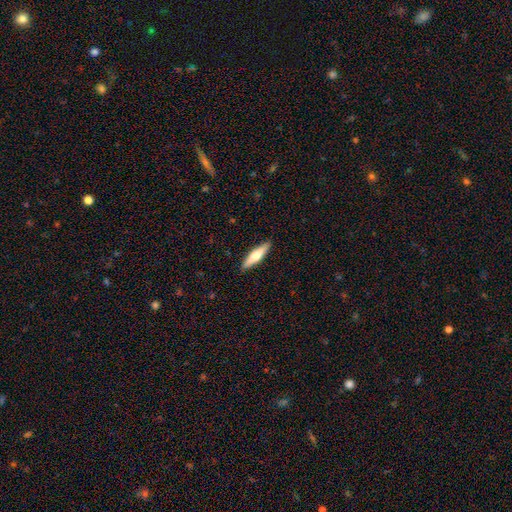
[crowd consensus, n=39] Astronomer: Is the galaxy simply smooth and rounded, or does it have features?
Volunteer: smooth — 56% (runner-up: featured or disk, 33%).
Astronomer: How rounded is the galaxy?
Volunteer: cigar-shaped — 68%.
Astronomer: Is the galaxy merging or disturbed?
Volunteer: none — 100%.